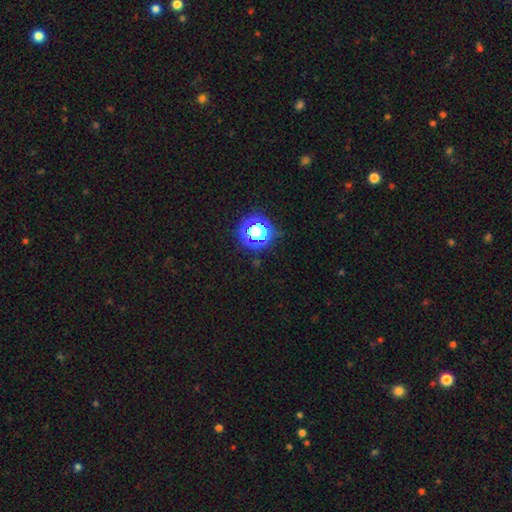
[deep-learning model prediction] Smooth or featured? star or artifact (78%)